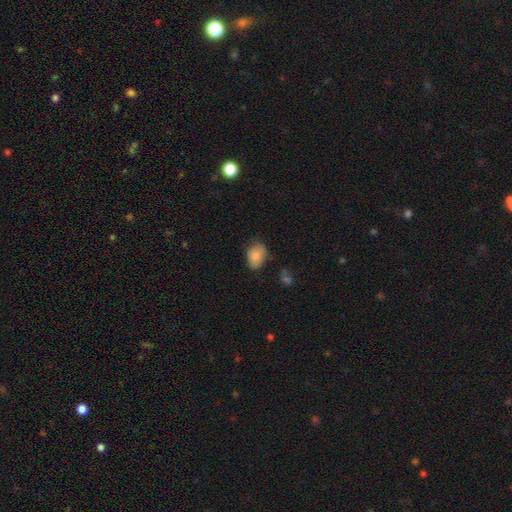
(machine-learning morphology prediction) Smooth or featured: smooth — 84% (featured or disk — 8%)
How rounded: in between — 75% (round — 23%)
Merging: none — 65% (minor disturbance — 27%)